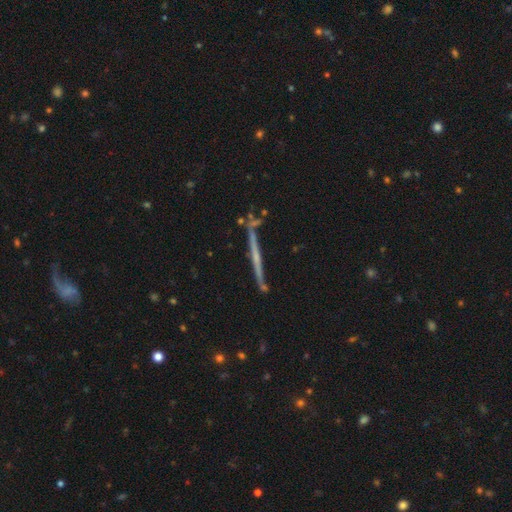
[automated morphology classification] This is likely a featured or disk galaxy (71%). It is clearly viewed edge-on (97%). Edge-on bulge: likely none (62%). Merging: clearly none (82%).